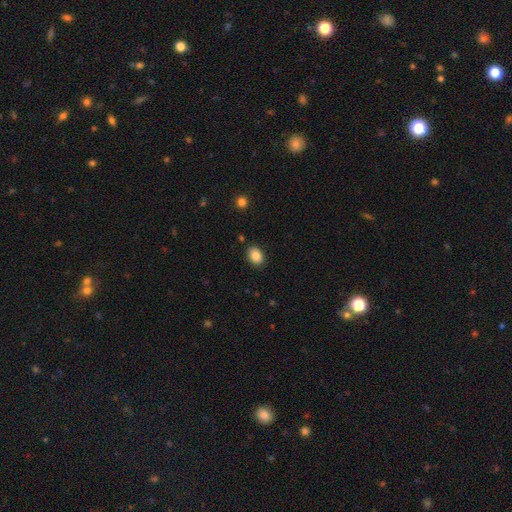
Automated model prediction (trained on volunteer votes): Smooth or featured: smooth — 87% (star or artifact — 8%)
How rounded: in between — 71% (round — 28%)
Merging: none — 87% (minor disturbance — 9%)